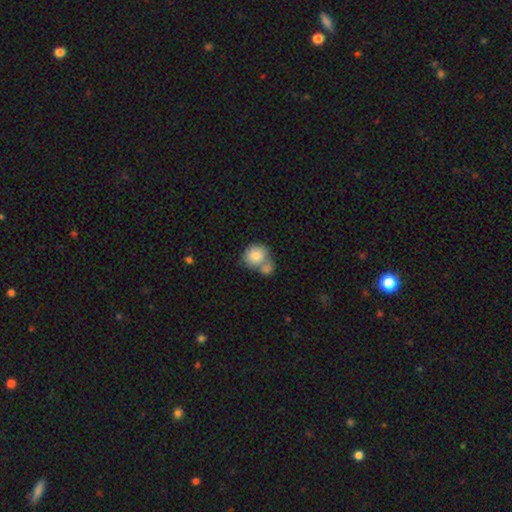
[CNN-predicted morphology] A smooth galaxy with no disk features (80%) that is round (81%).

Vote fractions:
- Smooth or featured? smooth: 80% / featured or disk: 12% / star or artifact: 8%
- How rounded? round: 81% / in between: 18% / cigar-shaped: 1%
- Merging? merger: 50% / none: 37% / minor disturbance: 10% / major disturbance: 4%